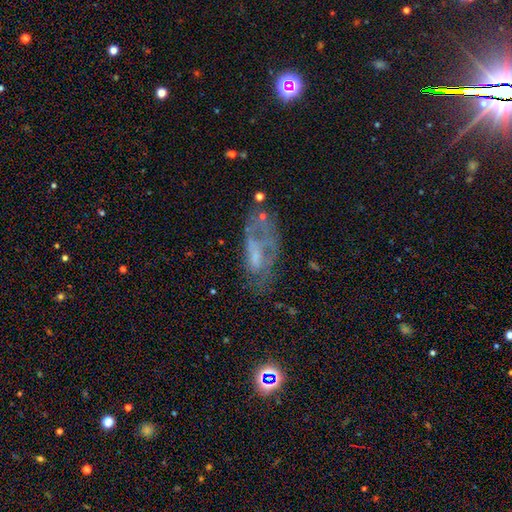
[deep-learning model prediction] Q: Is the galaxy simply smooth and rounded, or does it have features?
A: featured or disk — 53%.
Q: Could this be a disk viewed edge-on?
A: no — 91%.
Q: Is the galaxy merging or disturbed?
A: major disturbance — 36%.